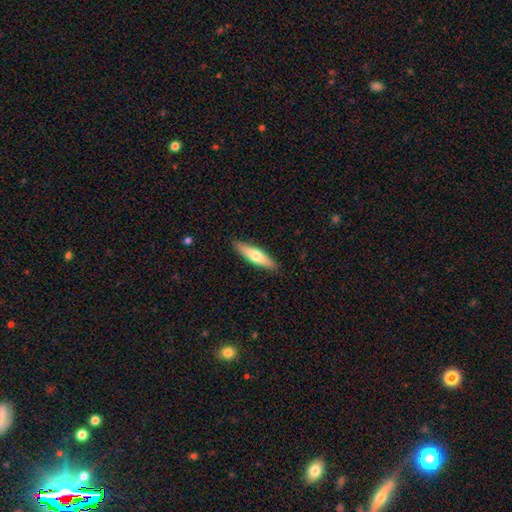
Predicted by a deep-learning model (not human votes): A smooth galaxy with no disk features (61%) that is cigar-shaped (76%). Merging: none (89%).